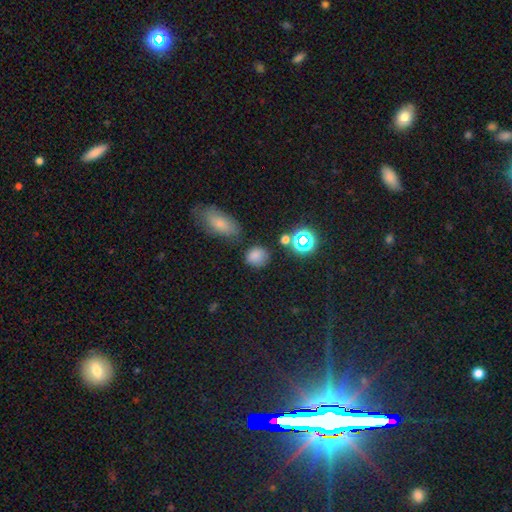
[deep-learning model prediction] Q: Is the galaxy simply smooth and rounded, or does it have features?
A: smooth — 77%.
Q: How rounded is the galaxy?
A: round — 69%.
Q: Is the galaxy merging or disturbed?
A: none — 75%.